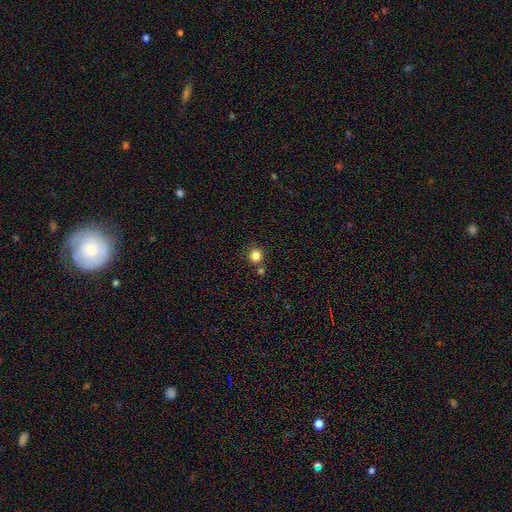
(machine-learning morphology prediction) Smooth or featured? Predicted: smooth (p=0.84). How rounded? Predicted: round (p=0.91). Merging? Predicted: none (p=0.77).